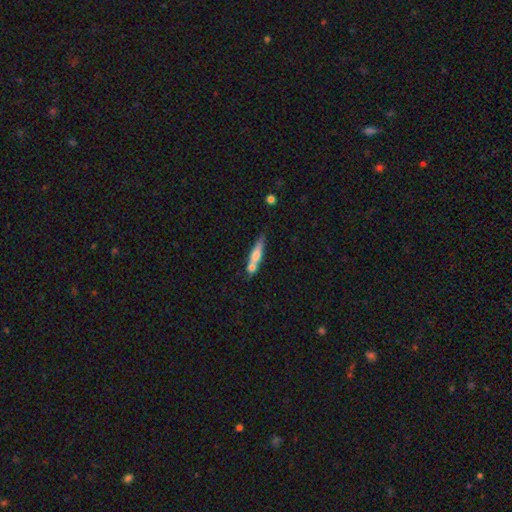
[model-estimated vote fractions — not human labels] smooth 57%, featured or disk 36%, star or artifact 7%. Down the decision tree: how rounded — cigar-shaped (79%); merging — none (46%).